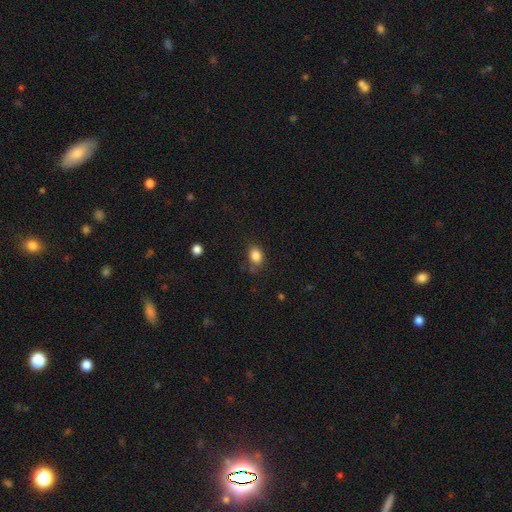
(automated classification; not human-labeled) Overall: smooth (85%). How rounded: in between (65%; round 34%). Merging: none (74%).